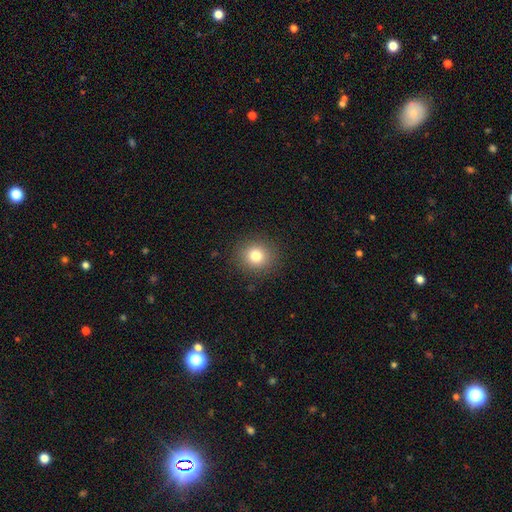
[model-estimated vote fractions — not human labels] smooth 79%, star or artifact 12%, featured or disk 8%. Down the decision tree: how rounded — round (86%); merging — none (89%).